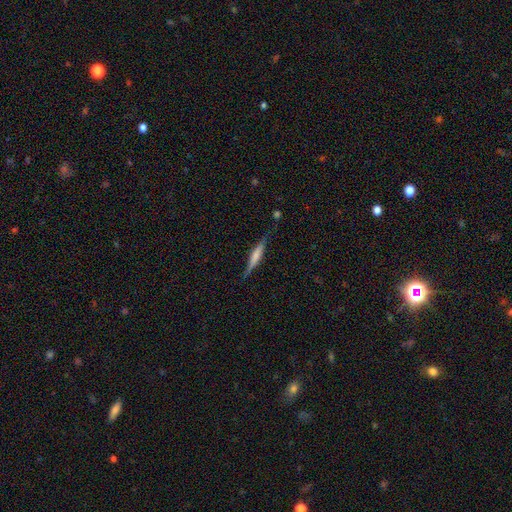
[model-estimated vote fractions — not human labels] This is possibly a featured or disk galaxy (52%). It is clearly viewed edge-on (95%). Merging: likely none (77%).